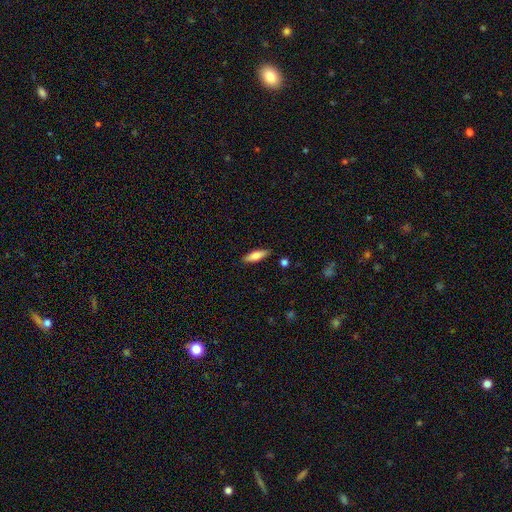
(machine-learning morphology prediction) A smooth galaxy with no disk features (75%) that is cigar-shaped (50%).

Vote fractions:
- Smooth or featured? smooth: 75% / featured or disk: 19% / star or artifact: 6%
- How rounded? cigar-shaped: 50% / in between: 48% / round: 2%
- Merging? none: 86% / minor disturbance: 10% / major disturbance: 2% / merger: 2%